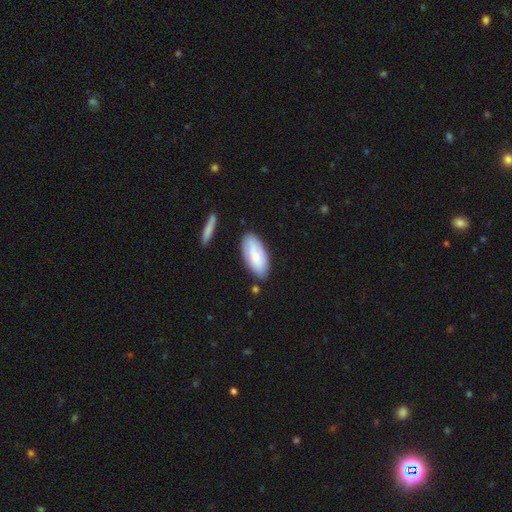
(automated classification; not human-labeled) Smooth or featured? smooth (75%)
How rounded? in between (88%)
Merging? none (78%)